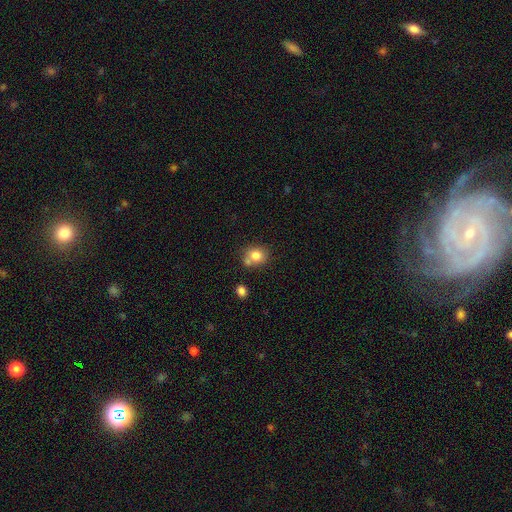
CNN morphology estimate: Smooth or featured? smooth (80%)
How rounded? round (72%)
Merging? none (57%)